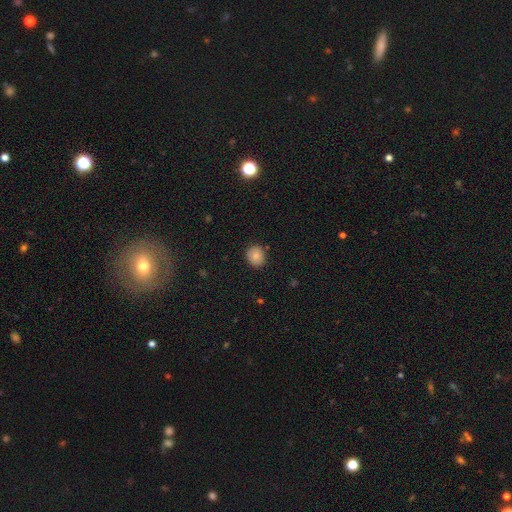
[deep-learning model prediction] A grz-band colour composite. It shows a smooth galaxy with no disk features (84%) that is round (75%). Merging: none (86%).